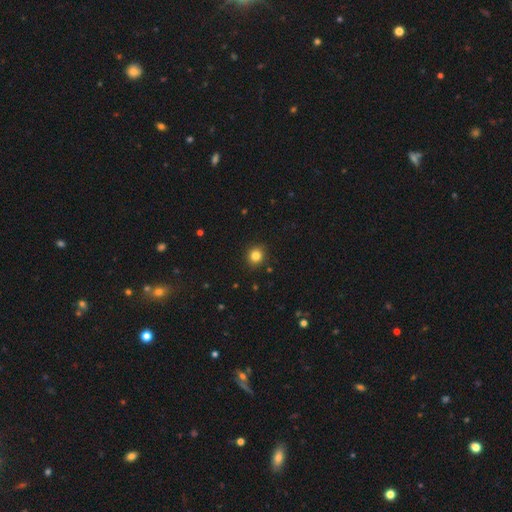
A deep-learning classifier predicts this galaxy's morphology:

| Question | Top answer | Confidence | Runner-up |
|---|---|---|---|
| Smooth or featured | smooth | 83% | star or artifact (12%) |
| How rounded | round | 87% | in between (12%) |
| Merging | none | 90% | minor disturbance (7%) |